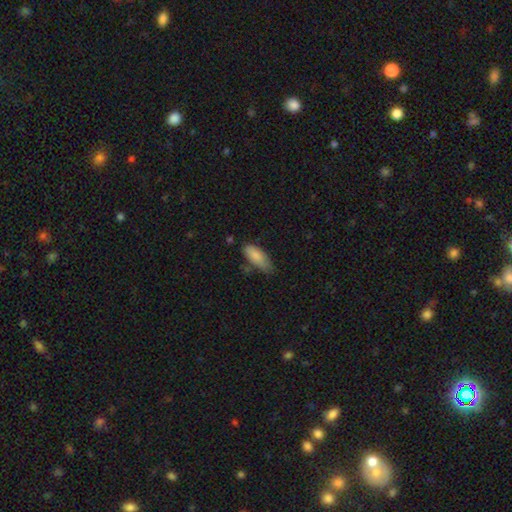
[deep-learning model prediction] Smooth or featured? Predicted: smooth (p=0.86). How rounded? Predicted: in between (p=0.74). Merging? Predicted: none (p=0.56).